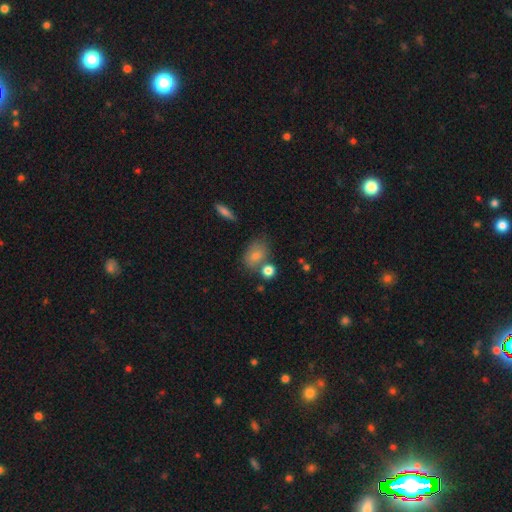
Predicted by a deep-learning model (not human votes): A smooth galaxy with no disk features (78%) that is in between round and cigar-shaped (70%).

Vote fractions:
- Smooth or featured? smooth: 78% / featured or disk: 12% / star or artifact: 9%
- How rounded? in between: 70% / round: 28% / cigar-shaped: 2%
- Merging? none: 54% / merger: 20% / minor disturbance: 19% / major disturbance: 7%